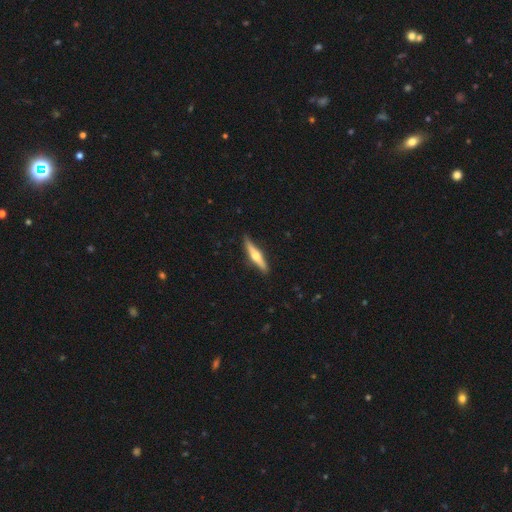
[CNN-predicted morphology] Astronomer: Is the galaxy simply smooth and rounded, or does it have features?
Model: featured or disk — 63%.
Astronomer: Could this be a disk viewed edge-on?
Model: yes — 97%.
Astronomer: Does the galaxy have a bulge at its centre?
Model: rounded — 93%.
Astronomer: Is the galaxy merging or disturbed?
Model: none — 88%.